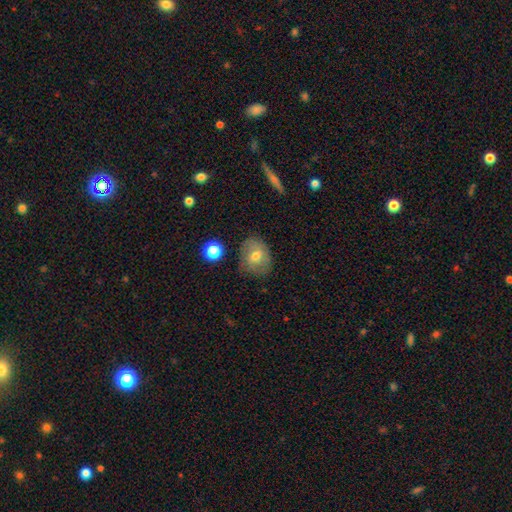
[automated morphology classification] A smooth galaxy with no disk features (66%) that is round (59%). Merging: none (70%).